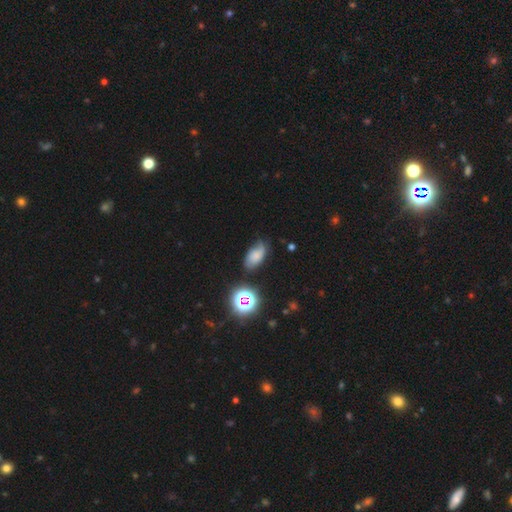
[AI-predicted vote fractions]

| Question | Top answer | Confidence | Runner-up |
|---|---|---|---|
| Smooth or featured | smooth | 50% | featured or disk (33%) |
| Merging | none | 55% | minor disturbance (31%) |